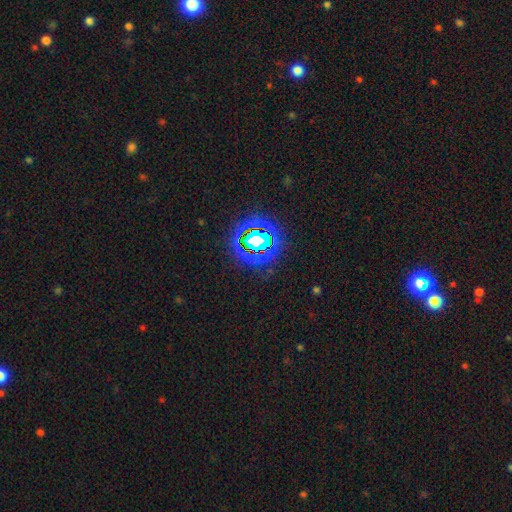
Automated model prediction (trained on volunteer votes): This appears to be a star or artifact, not a galaxy (79%).